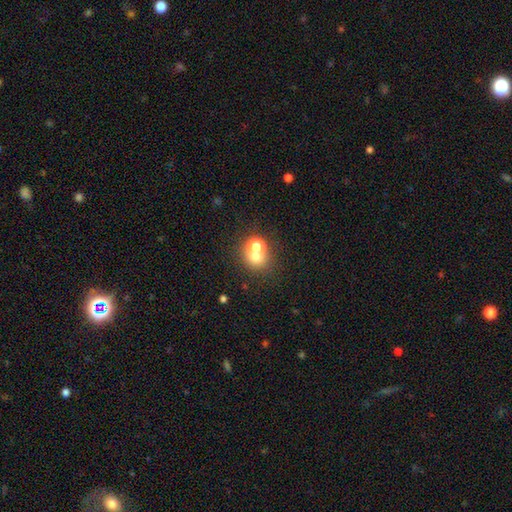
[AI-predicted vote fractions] Q: Smooth or featured?
A: smooth (67%); runner-up: star or artifact (18%)
Q: How rounded?
A: round (75%); runner-up: in between (24%)
Q: Merging?
A: merger (47%); runner-up: none (42%)